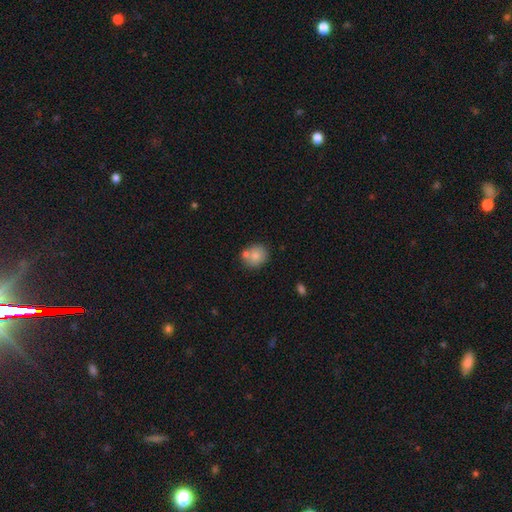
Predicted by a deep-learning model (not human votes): Smooth or featured? Predicted: smooth (p=0.76). How rounded? Predicted: round (p=0.79). Merging? Predicted: none (p=0.59).